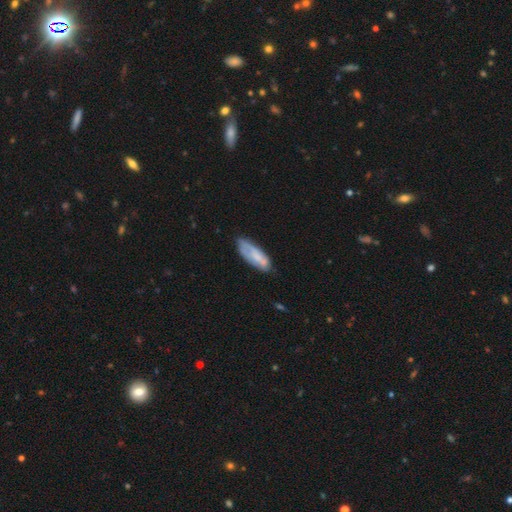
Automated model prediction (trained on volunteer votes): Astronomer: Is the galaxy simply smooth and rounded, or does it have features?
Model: smooth — 68%.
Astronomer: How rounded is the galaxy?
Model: in between — 65%.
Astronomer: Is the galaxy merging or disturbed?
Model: none — 63%.